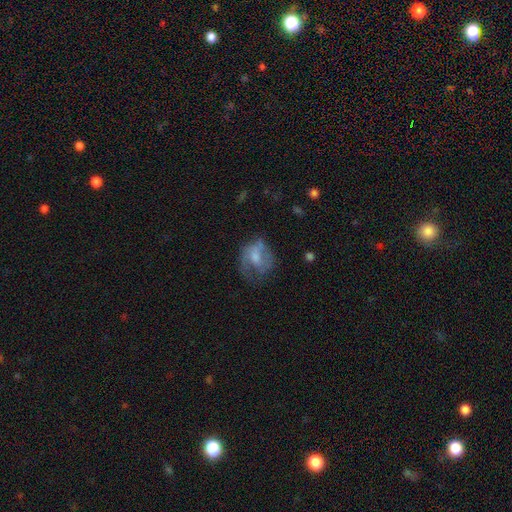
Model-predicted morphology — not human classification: A featured or disk galaxy (46%). Merging: none (40%).